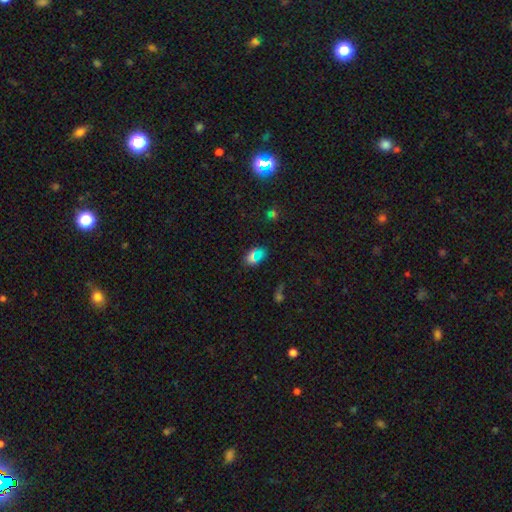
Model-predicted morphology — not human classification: Smooth or featured? Predicted: smooth (p=0.59). How rounded? Predicted: in between (p=0.82). Merging? Predicted: none (p=0.76).